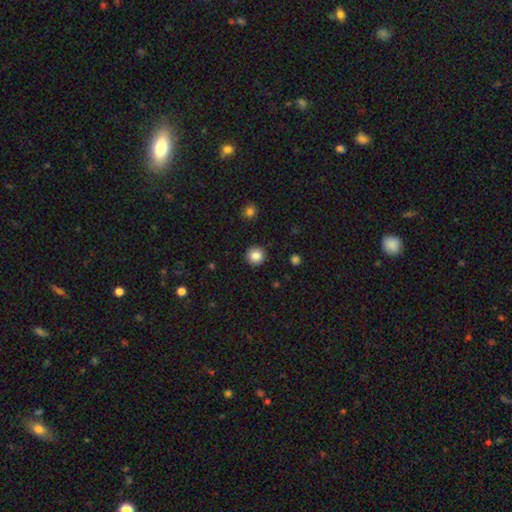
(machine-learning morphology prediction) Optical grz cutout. It shows a smooth galaxy with no disk features (85%) that is round (95%). Merging: none (92%).